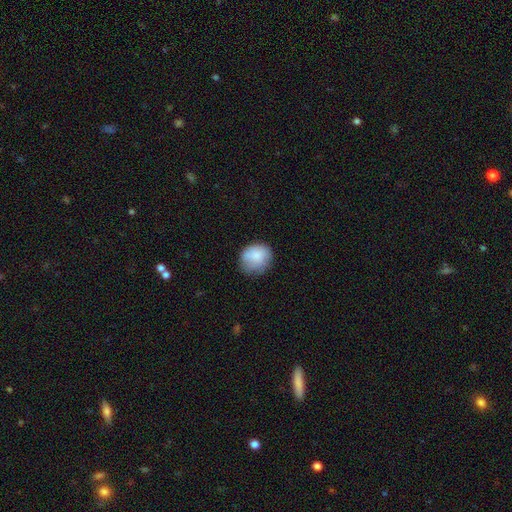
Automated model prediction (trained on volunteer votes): Smooth or featured: smooth — 82% (featured or disk — 11%)
How rounded: round — 73% (in between — 26%)
Merging: none — 69% (minor disturbance — 23%)